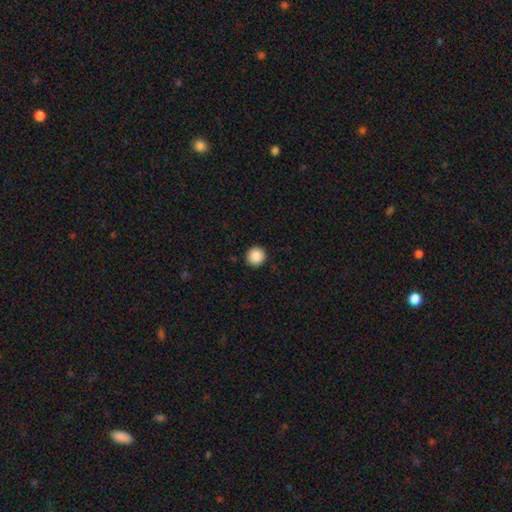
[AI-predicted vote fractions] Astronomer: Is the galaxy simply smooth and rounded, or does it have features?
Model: smooth — 88%.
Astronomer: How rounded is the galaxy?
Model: round — 95%.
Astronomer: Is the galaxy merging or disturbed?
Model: none — 92%.